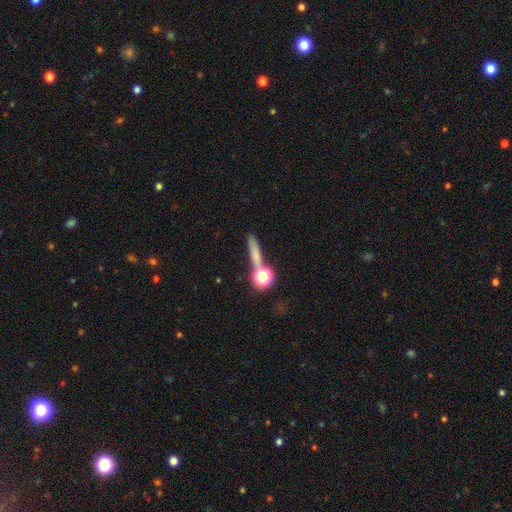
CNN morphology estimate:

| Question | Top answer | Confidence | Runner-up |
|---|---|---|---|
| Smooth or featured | smooth | 61% | star or artifact (21%) |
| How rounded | cigar-shaped | 61% | round (23%) |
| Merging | none | 67% | merger (17%) |